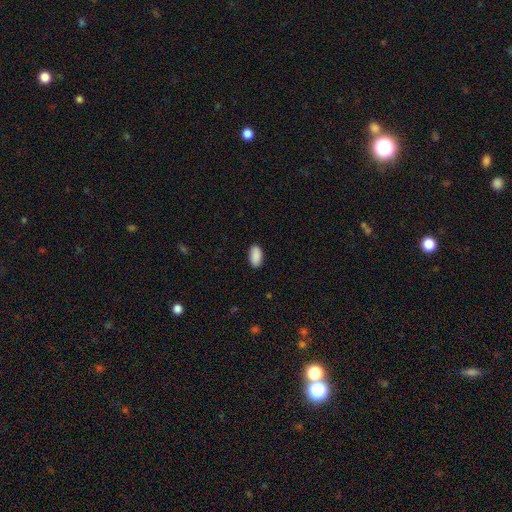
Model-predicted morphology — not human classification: This appears to be a smooth galaxy with no disk features (91%) that is in between round and cigar-shaped (95%). Merging: none (89%).